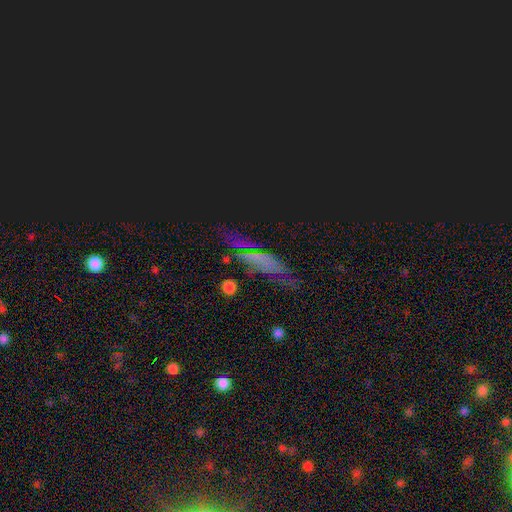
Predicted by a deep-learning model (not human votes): Smooth or featured: star or artifact — 44% (smooth — 33%)